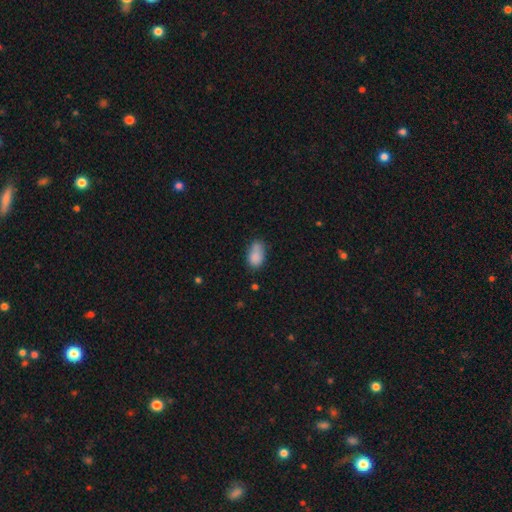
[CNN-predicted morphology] type=smooth (83%); roundness=in between (89%); merging=none (50%).